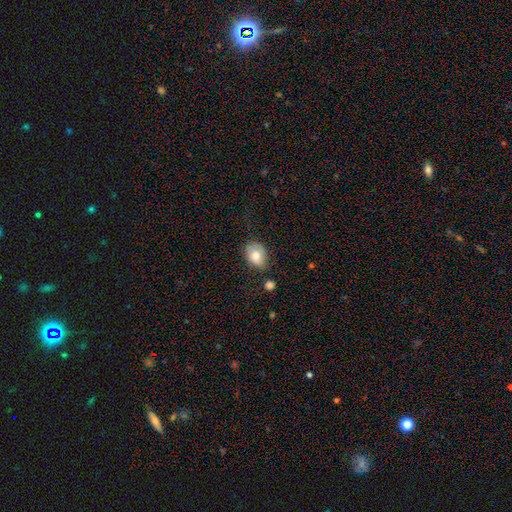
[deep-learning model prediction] smooth 78%, featured or disk 14%, star or artifact 8%. Down the decision tree: how rounded — in between (76%); merging — none (66%).